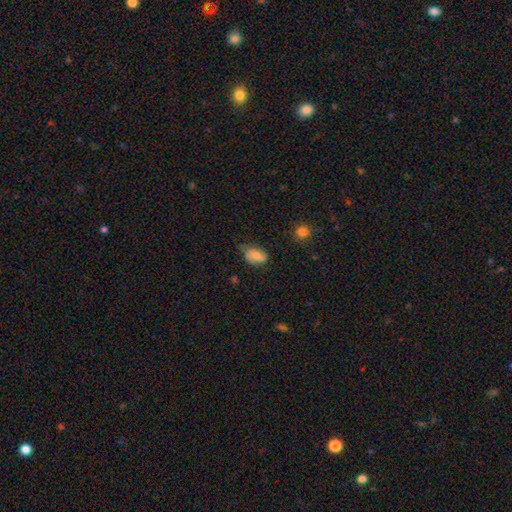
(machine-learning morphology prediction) Overall: smooth (64%; featured or disk 27%). How rounded: in between (86%). Merging: none (52%; minor disturbance 35%).